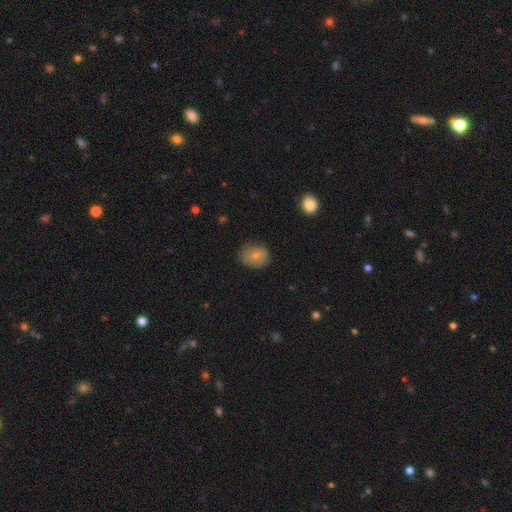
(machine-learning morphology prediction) smooth_or_featured: smooth (p=0.74) [alt: featured or disk p=0.18]
how_rounded: round (p=0.56) [alt: in between p=0.43]
merging: none (p=0.72) [alt: minor disturbance p=0.21]